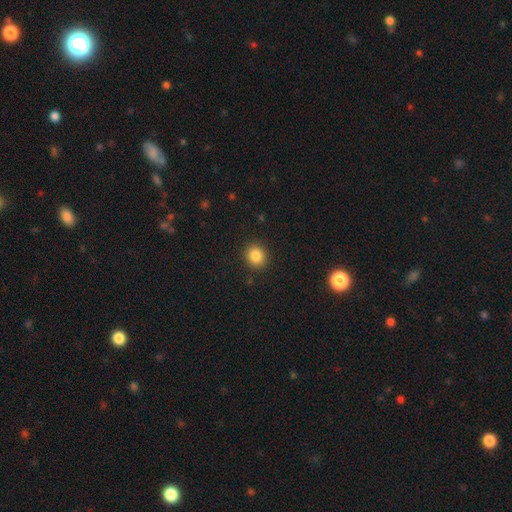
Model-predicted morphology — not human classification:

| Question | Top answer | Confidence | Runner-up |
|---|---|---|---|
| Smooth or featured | smooth | 85% | star or artifact (10%) |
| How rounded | round | 76% | in between (23%) |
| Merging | none | 90% | minor disturbance (7%) |